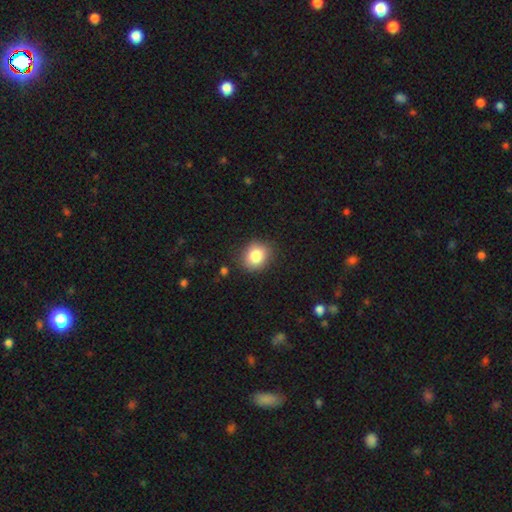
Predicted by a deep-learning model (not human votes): Overall: smooth (84%). How rounded: round (64%; in between 35%). Merging: none (85%).